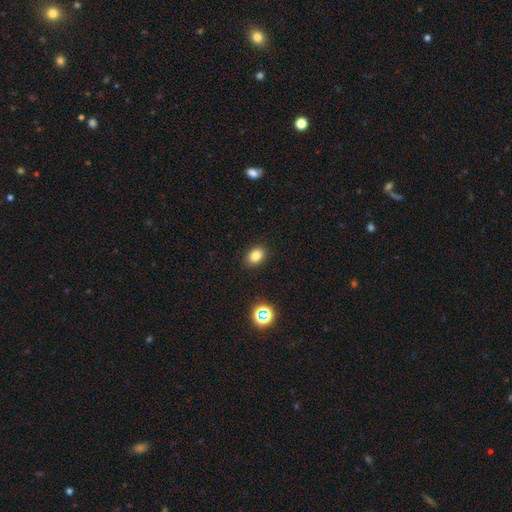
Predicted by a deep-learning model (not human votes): Overall: smooth (81%). How rounded: in between (72%). Merging: none (89%).